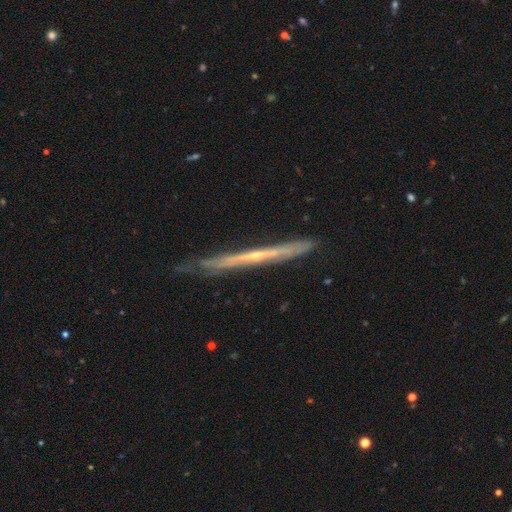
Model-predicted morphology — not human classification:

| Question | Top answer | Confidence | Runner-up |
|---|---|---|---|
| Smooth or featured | featured or disk | 76% | smooth (18%) |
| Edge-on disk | yes | 95% | no (5%) |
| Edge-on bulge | none | 55% | rounded (42%) |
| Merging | none | 76% | minor disturbance (20%) |